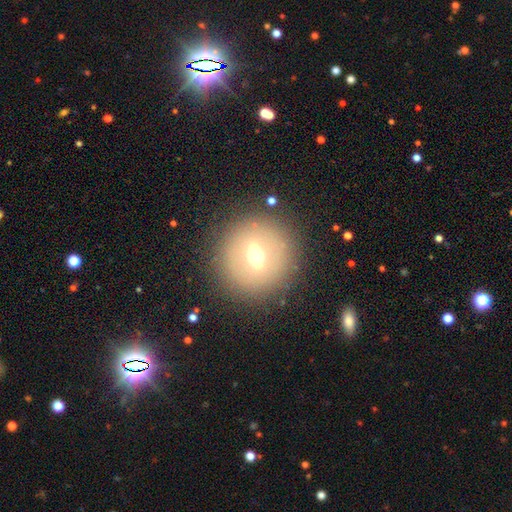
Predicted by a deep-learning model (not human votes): Smooth or featured?
  - smooth: 50% *
  - featured or disk: 35%
  - star or artifact: 15%
How rounded?
  - round: 91% *
  - in between: 8%
  - cigar-shaped: 1%
Merging?
  - none: 86% *
  - minor disturbance: 8%
  - major disturbance: 5%
  - merger: 2%